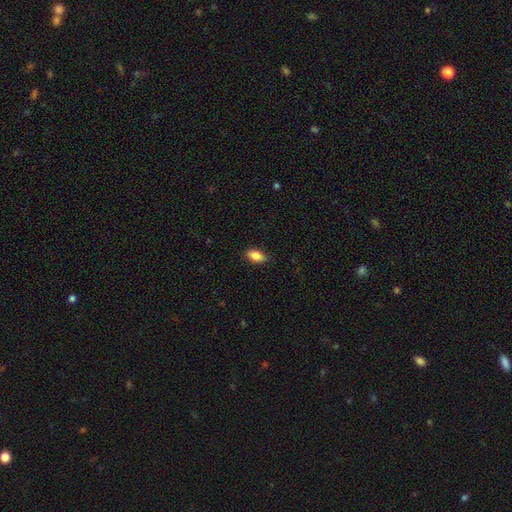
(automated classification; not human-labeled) Smooth or featured? Predicted: smooth (p=0.85). How rounded? Predicted: in between (p=0.89). Merging? Predicted: none (p=0.87).